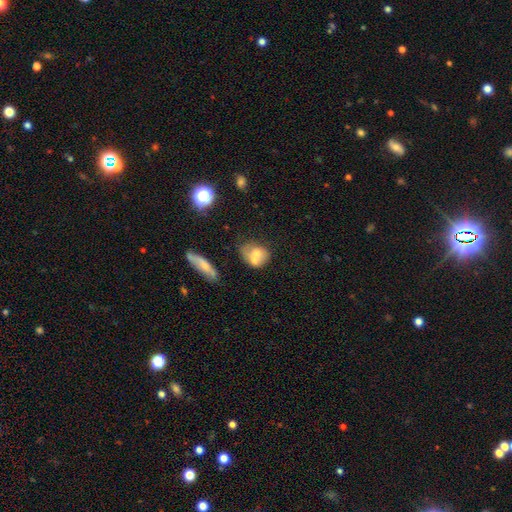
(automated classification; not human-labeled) smooth 63%, featured or disk 26%, star or artifact 11%. Down the decision tree: how rounded — in between (52%); merging — merger (49%).